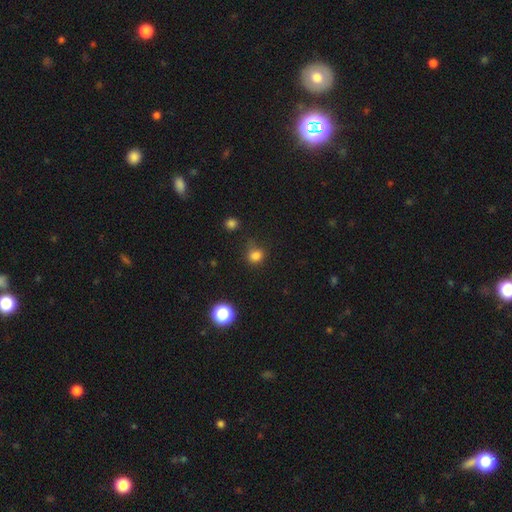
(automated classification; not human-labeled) smooth_or_featured: smooth (p=0.79) [alt: star or artifact p=0.16]
how_rounded: round (p=0.77) [alt: in between p=0.22]
merging: none (p=0.65) [alt: minor disturbance p=0.22]